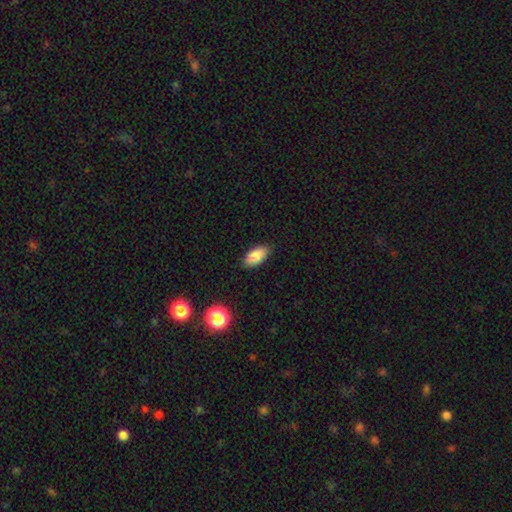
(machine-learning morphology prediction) This appears to be a smooth galaxy with no disk features (86%) that is in between round and cigar-shaped (92%). Merging: none (85%).